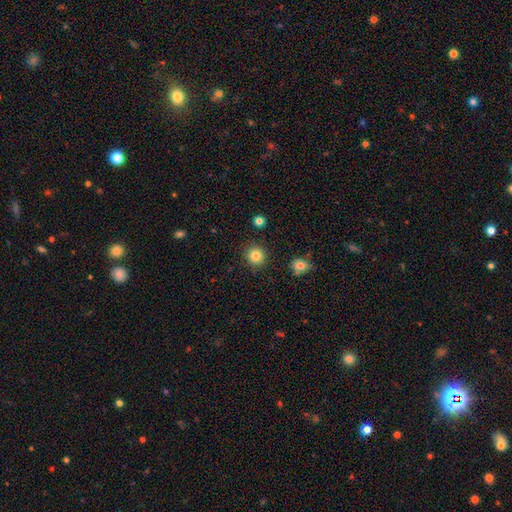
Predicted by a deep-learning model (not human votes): A smooth galaxy with no disk features (84%) that is round (93%). Merging: none (90%).